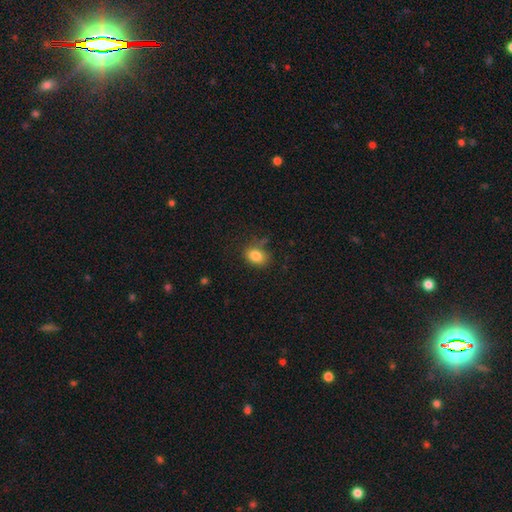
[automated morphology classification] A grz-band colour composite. It shows a smooth galaxy with no disk features (83%) that is in between round and cigar-shaped (70%). Merging: none (73%).